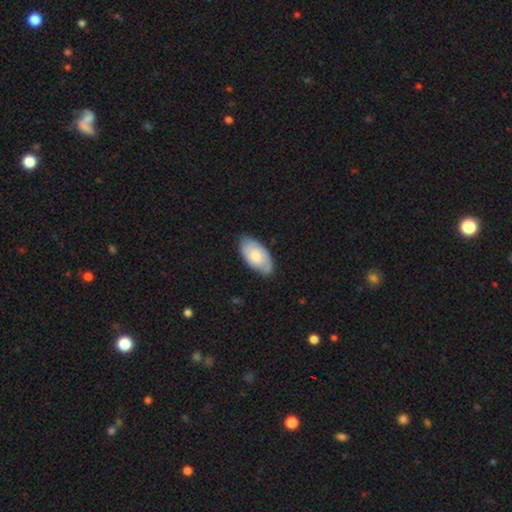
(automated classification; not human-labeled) smooth_or_featured: smooth (p=0.53) [alt: featured or disk p=0.41]
how_rounded: in between (p=0.95) [alt: round p=0.03]
merging: none (p=0.73) [alt: minor disturbance p=0.21]